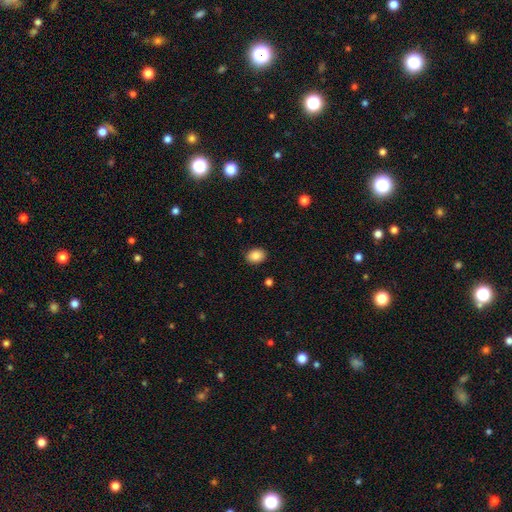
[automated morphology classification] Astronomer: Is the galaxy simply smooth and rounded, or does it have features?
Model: smooth — 87%.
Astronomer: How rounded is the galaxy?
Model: in between — 66%.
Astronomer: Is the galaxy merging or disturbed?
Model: none — 90%.